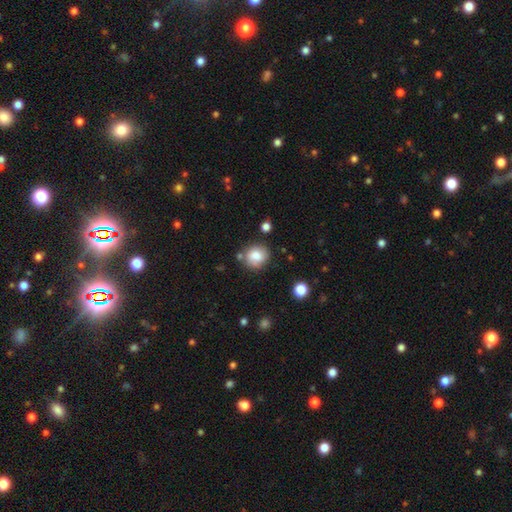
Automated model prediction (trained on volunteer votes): Overall: smooth (82%). How rounded: round (81%). Merging: none (77%).